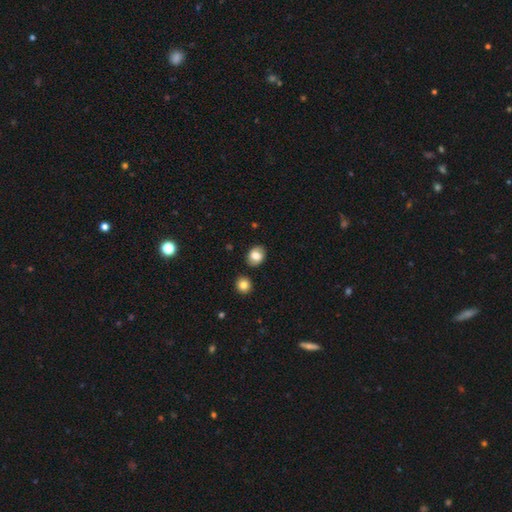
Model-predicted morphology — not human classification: This appears to be a smooth galaxy with no disk features (80%) that is in between round and cigar-shaped (52%). Merging: none (85%).